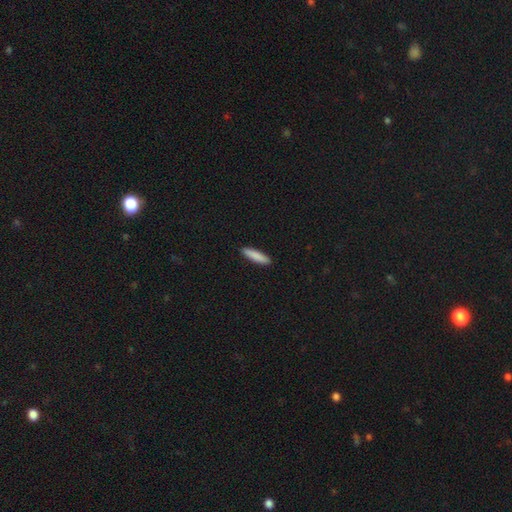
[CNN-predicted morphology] This appears to be a smooth galaxy with no disk features (87%) that is cigar-shaped (81%). Merging: none (92%).